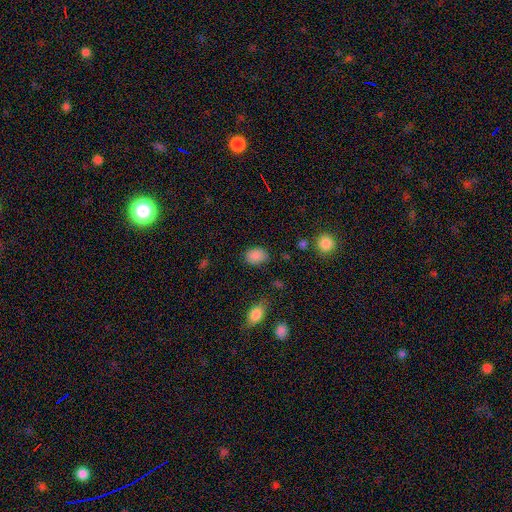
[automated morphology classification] smooth-or-featured: smooth: 87% | star or artifact: 9% | featured or disk: 4%
  how-rounded: in between: 70% | round: 29% | cigar-shaped: 1%
  merging: none: 80% | minor disturbance: 15% | major disturbance: 4% | merger: 2%